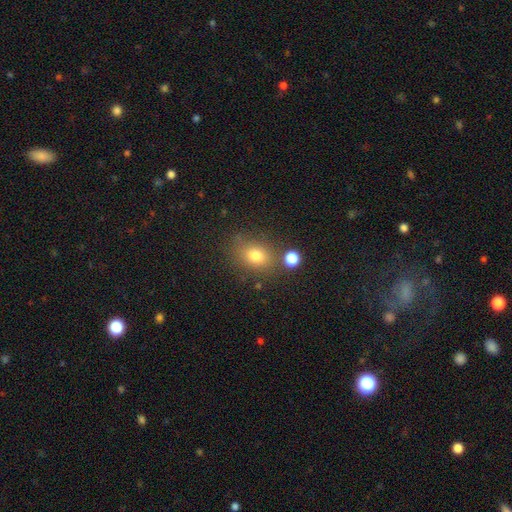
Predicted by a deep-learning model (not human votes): Smooth or featured? Predicted: smooth (p=0.76). How rounded? Predicted: in between (p=0.58). Merging? Predicted: none (p=0.72).